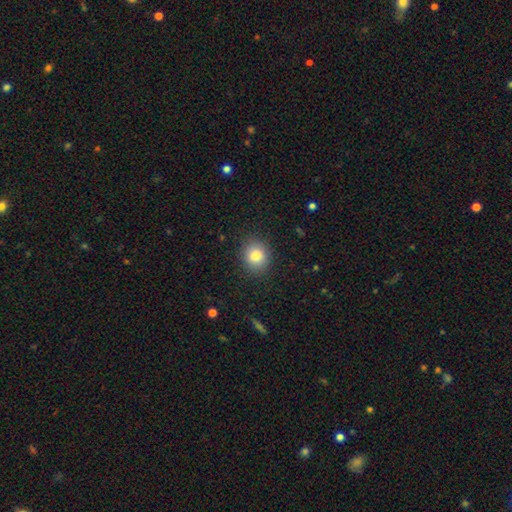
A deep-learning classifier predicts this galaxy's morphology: Smooth or featured? Predicted: smooth (p=0.84). How rounded? Predicted: round (p=0.68). Merging? Predicted: none (p=0.88).